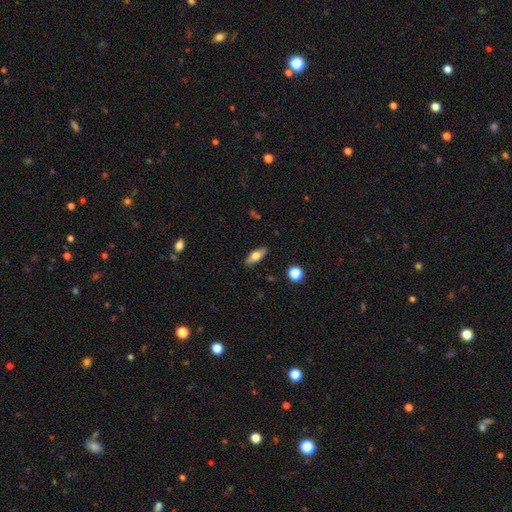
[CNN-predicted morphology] This appears to be a smooth galaxy with no disk features (66%) that is in between round and cigar-shaped (75%). Merging: none (87%).